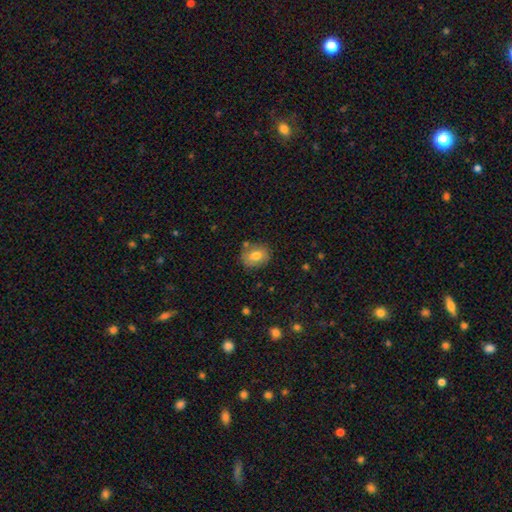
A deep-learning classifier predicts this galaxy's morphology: Smooth or featured? Predicted: smooth (p=0.75). How rounded? Predicted: in between (p=0.56). Merging? Predicted: none (p=0.77).